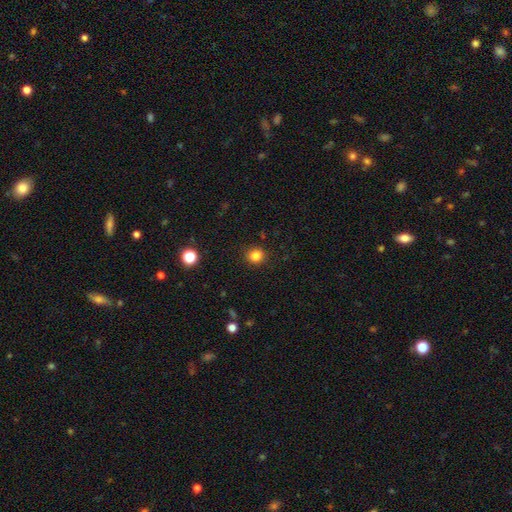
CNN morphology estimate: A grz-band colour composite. It shows a smooth galaxy with no disk features (83%) that is round (83%). Merging: none (90%).